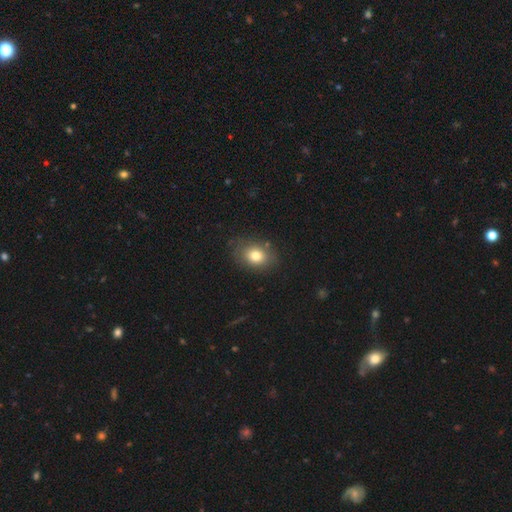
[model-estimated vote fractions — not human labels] The model was most divided on "how rounded": in between: 63%, round: 36%, cigar-shaped: 1%. More confident: merging — none (81%); smooth or featured — smooth (79%).